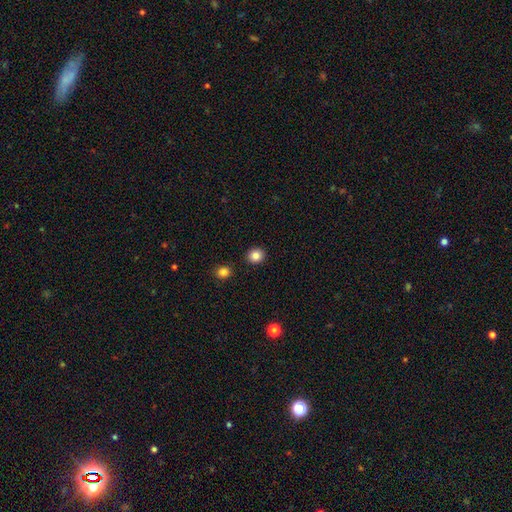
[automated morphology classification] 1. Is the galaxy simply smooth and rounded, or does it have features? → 84% smooth, 11% star or artifact, 5% featured or disk.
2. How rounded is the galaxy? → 84% round, 15% in between, 1% cigar-shaped.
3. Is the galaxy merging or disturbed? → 91% none, 5% minor disturbance, 2% merger, 2% major disturbance.